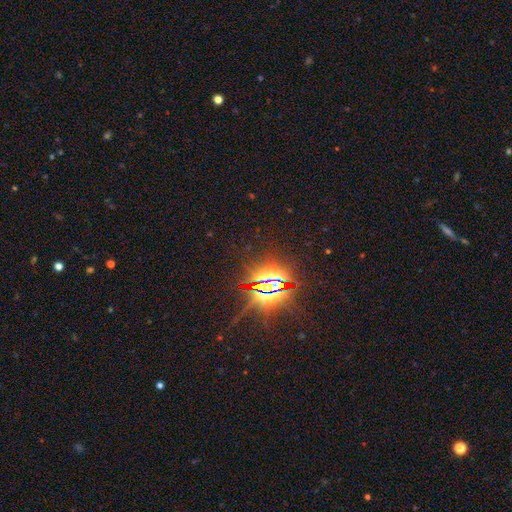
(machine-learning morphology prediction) This appears to be a star or artifact, not a galaxy (86%).